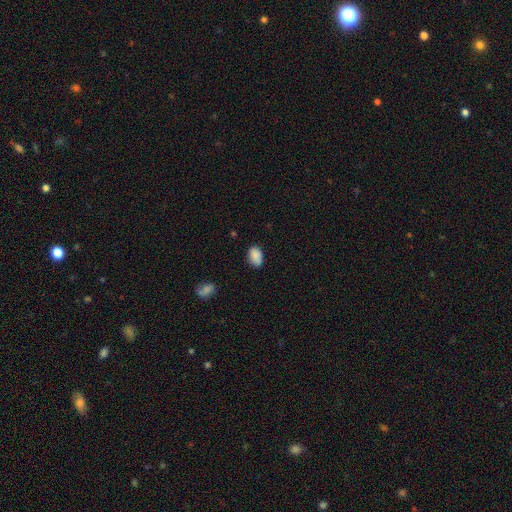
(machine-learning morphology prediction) A smooth galaxy with no disk features (87%) that is in between round and cigar-shaped (88%).

Vote fractions:
- Smooth or featured? smooth: 87% / star or artifact: 8% / featured or disk: 5%
- How rounded? in between: 88% / round: 11% / cigar-shaped: 1%
- Merging? none: 74% / minor disturbance: 20% / major disturbance: 3% / merger: 2%